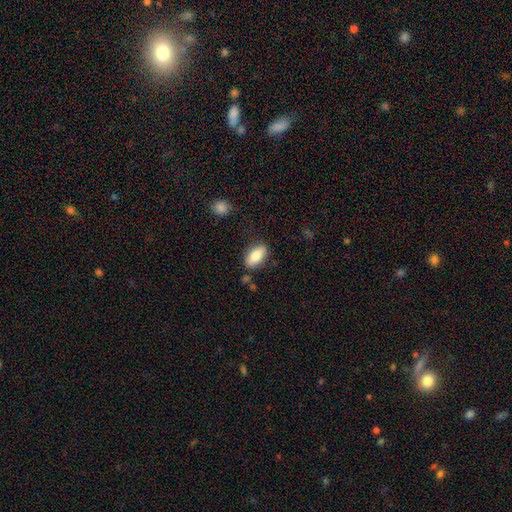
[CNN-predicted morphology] Smooth or featured?
  - smooth: 82% *
  - featured or disk: 11%
  - star or artifact: 7%
How rounded?
  - in between: 89% *
  - cigar-shaped: 7%
  - round: 4%
Merging?
  - none: 81% *
  - minor disturbance: 13%
  - major disturbance: 3%
  - merger: 3%